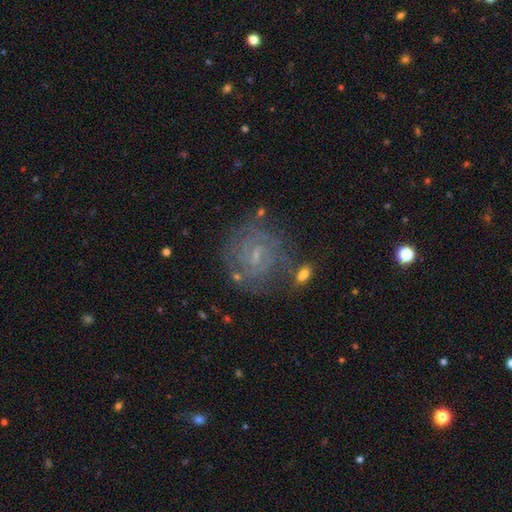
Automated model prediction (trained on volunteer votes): smooth-or-featured: featured or disk: 74% | smooth: 14% | star or artifact: 11%
  disk-edge-on: no: 97% | yes: 3%
    bar: weak: 58% | no: 27% | strong: 15%
    has-spiral-arms: yes: 89% | no: 11%
      spiral-winding: tight: 65% | medium: 28% | loose: 7%
      spiral-arm-count: can't tell: 40% | 2: 34% | 3: 11% | 4: 6% | 1: 5% | more than 4: 4%
    bulge-size: small: 65% | none: 17% | moderate: 16% | large: 1% | dominant: 1%
  merging: none: 72% | minor disturbance: 15% | major disturbance: 8% | merger: 5%